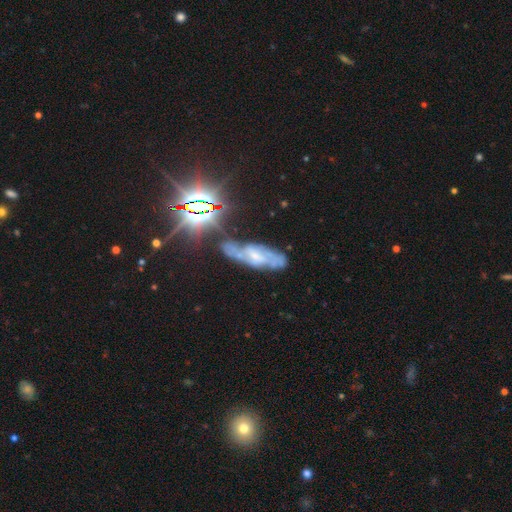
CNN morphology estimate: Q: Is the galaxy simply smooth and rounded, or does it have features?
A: featured or disk — 63%.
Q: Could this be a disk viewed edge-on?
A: no — 81%.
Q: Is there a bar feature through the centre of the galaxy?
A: no — 43%.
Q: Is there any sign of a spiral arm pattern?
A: yes — 83%.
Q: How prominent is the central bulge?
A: small — 55%.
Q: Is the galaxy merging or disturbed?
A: none — 63%.